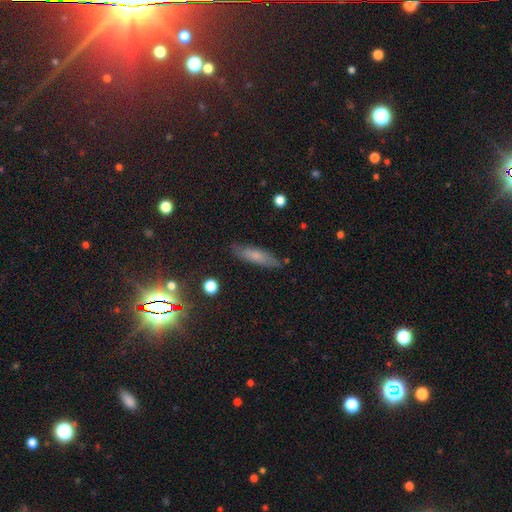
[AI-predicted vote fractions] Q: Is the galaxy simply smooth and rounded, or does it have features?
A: smooth — 63%.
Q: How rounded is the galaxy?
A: cigar-shaped — 71%.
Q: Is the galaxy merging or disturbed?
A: none — 85%.